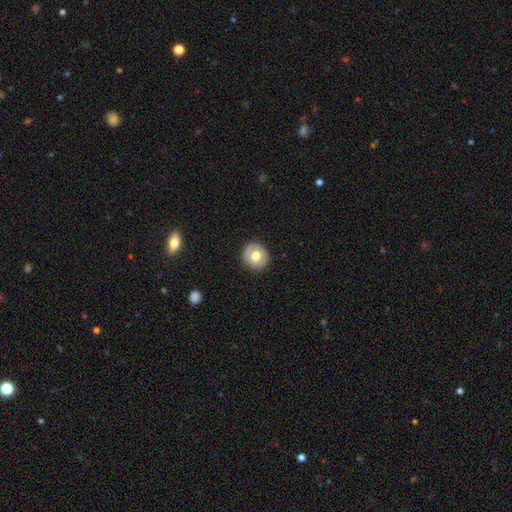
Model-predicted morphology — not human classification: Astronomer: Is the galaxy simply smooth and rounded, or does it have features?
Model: smooth — 63%.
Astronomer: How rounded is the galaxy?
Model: round — 83%.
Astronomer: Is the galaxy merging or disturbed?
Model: none — 87%.